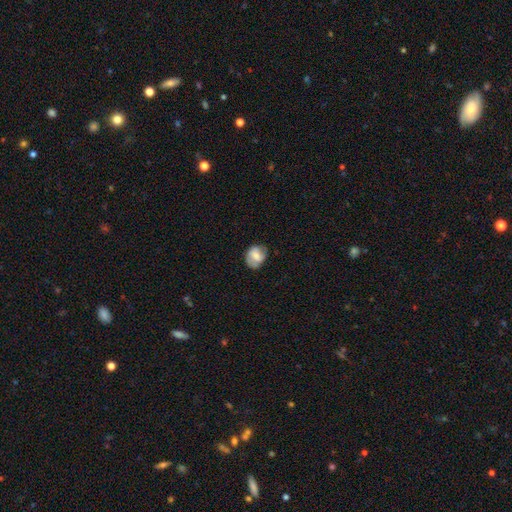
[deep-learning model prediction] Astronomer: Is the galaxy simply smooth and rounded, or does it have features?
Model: smooth — 59%.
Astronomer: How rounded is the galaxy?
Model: round — 50% (runner-up: in between, 48%).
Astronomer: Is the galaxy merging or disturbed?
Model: none — 64%.